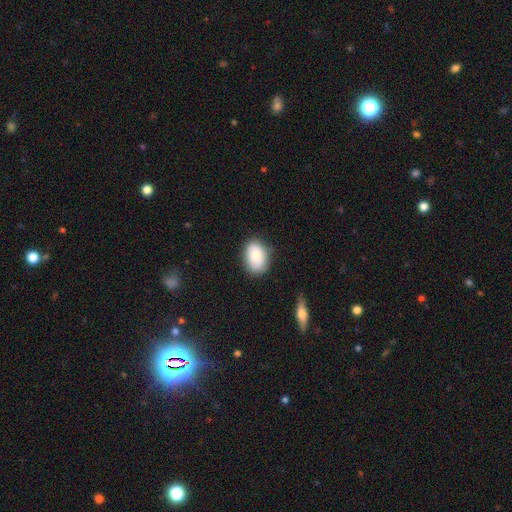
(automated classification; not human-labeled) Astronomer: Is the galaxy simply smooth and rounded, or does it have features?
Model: smooth — 85%.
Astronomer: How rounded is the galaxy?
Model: in between — 82%.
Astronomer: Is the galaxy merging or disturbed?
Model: none — 80%.